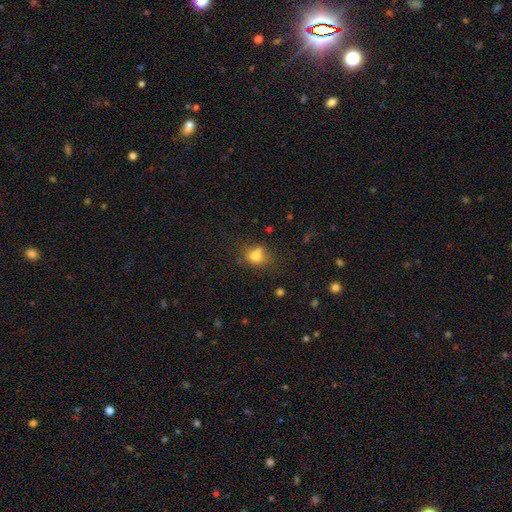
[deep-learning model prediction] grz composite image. It shows a smooth galaxy with no disk features (74%) that is in between round and cigar-shaped (50%). Merging: none (51%).